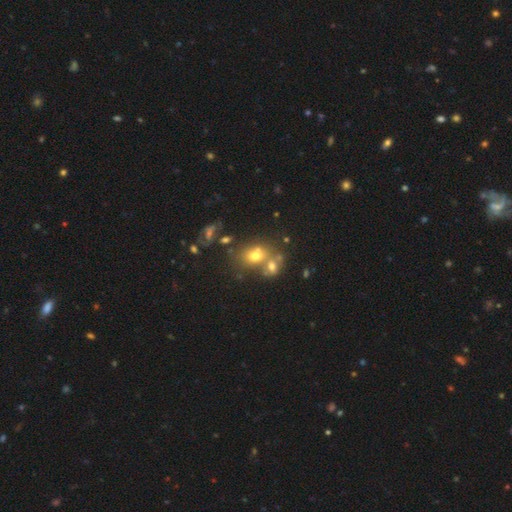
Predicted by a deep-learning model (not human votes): Smooth or featured? Predicted: smooth (p=0.63). How rounded? Predicted: in between (p=0.50). Merging? Predicted: merger (p=0.48).